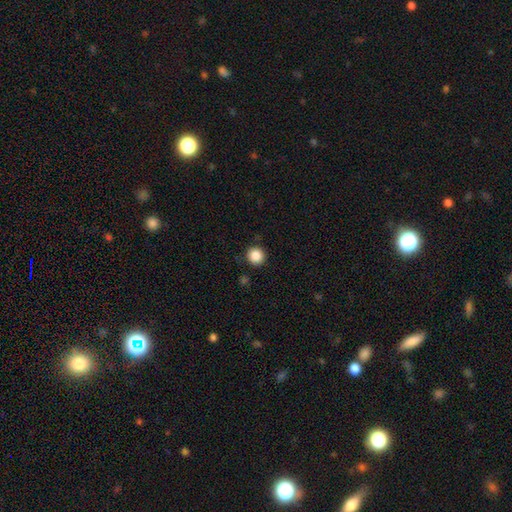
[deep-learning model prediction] This appears to be a smooth galaxy with no disk features (87%) that is round (94%). Merging: none (90%).